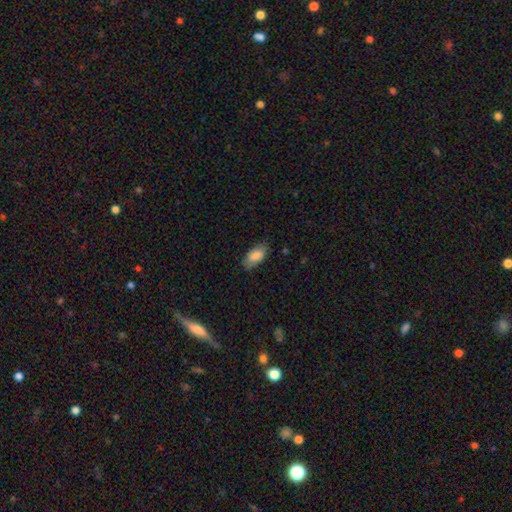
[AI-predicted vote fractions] This is clearly a smooth galaxy (84%). How rounded: clearly in between (92%). Merging: likely none (80%).